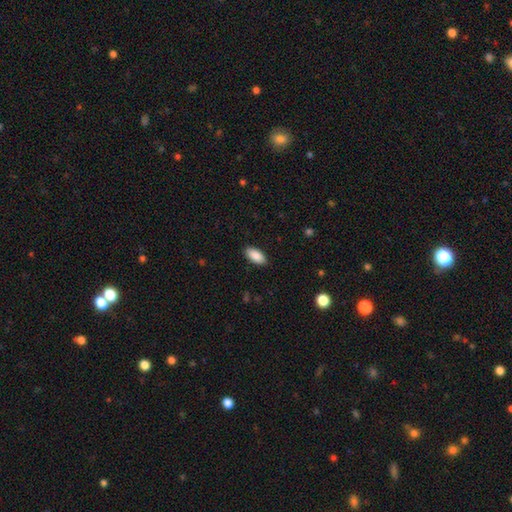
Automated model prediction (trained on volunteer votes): This appears to be a smooth galaxy with no disk features (89%) that is in between round and cigar-shaped (92%). Merging: none (89%).